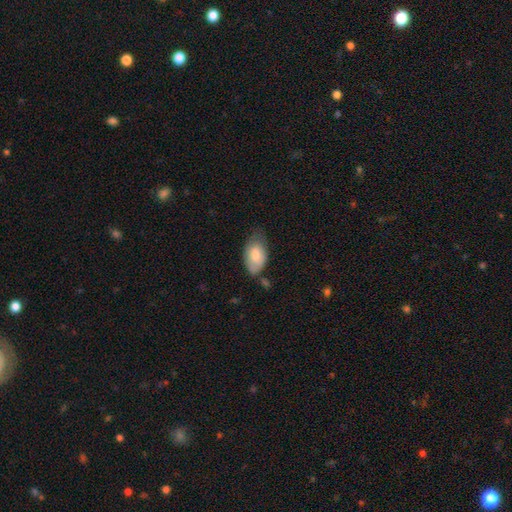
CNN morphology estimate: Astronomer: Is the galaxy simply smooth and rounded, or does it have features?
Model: smooth — 77%.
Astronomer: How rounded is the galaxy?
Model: in between — 94%.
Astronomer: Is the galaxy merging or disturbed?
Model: none — 43% (runner-up: minor disturbance, 40%).